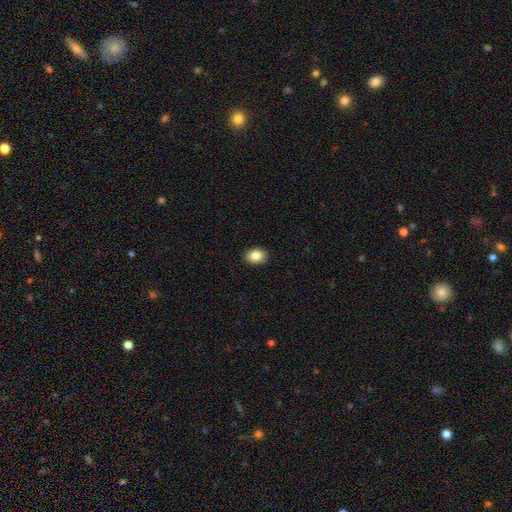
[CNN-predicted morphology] Smooth or featured? smooth (86%)
How rounded? in between (65%)
Merging? none (89%)